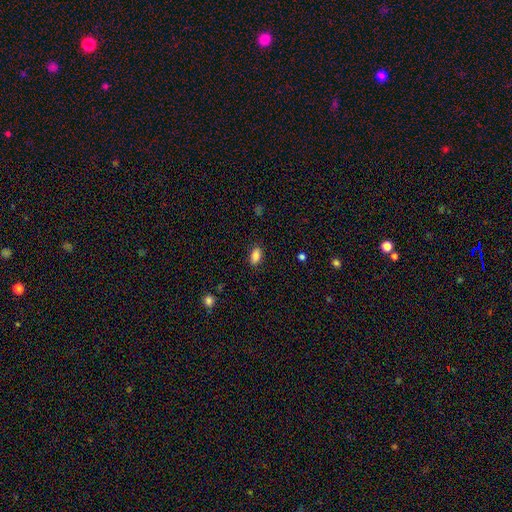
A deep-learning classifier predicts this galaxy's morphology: type=smooth (86%); roundness=in between (89%); merging=none (85%).